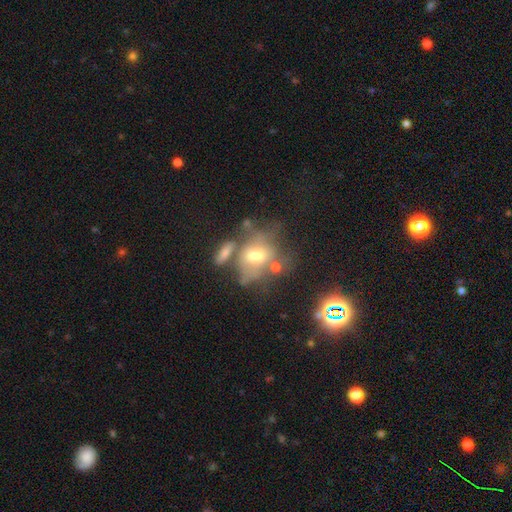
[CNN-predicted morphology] Smooth or featured?
  - smooth: 54% *
  - featured or disk: 32%
  - star or artifact: 15%
How rounded?
  - in between: 50% *
  - round: 48%
  - cigar-shaped: 2%
Merging?
  - none: 36% *
  - merger: 26%
  - minor disturbance: 19%
  - major disturbance: 18%